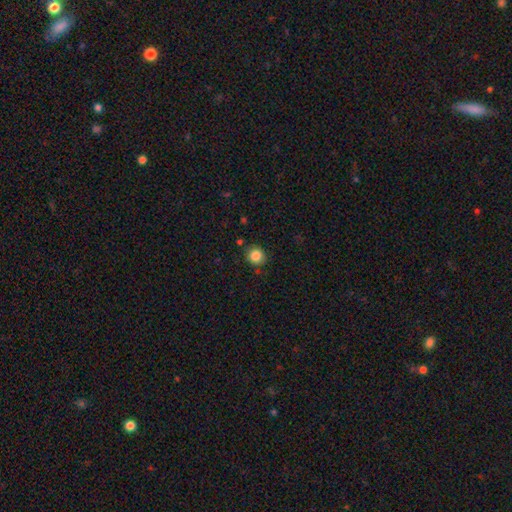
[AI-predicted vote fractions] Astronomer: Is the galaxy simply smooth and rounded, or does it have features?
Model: smooth — 86%.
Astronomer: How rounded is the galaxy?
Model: round — 91%.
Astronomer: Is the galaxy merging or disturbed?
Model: none — 85%.